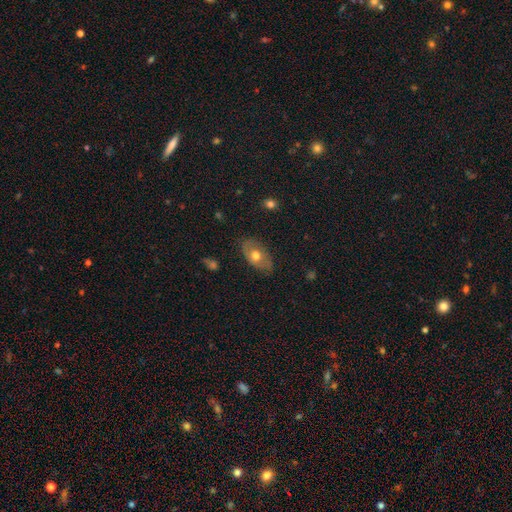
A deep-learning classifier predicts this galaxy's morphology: Smooth or featured: smooth — 58% (featured or disk — 35%)
How rounded: in between — 89% (round — 9%)
Merging: none — 77% (minor disturbance — 18%)